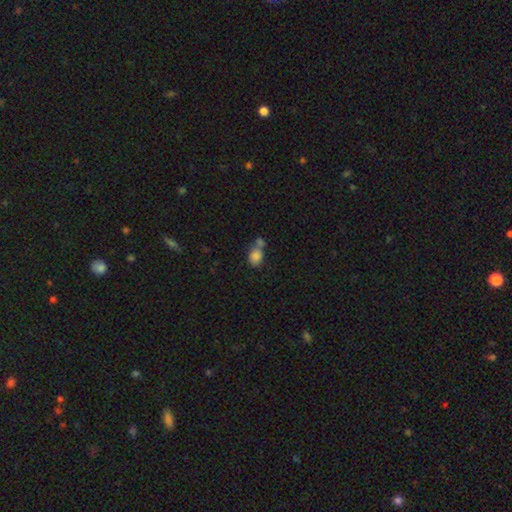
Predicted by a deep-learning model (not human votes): A smooth galaxy with no disk features (81%) that is in between round and cigar-shaped (68%).

Vote fractions:
- Smooth or featured? smooth: 81% / star or artifact: 10% / featured or disk: 9%
- How rounded? in between: 68% / round: 30% / cigar-shaped: 2%
- Merging? merger: 51% / none: 31% / minor disturbance: 13% / major disturbance: 6%